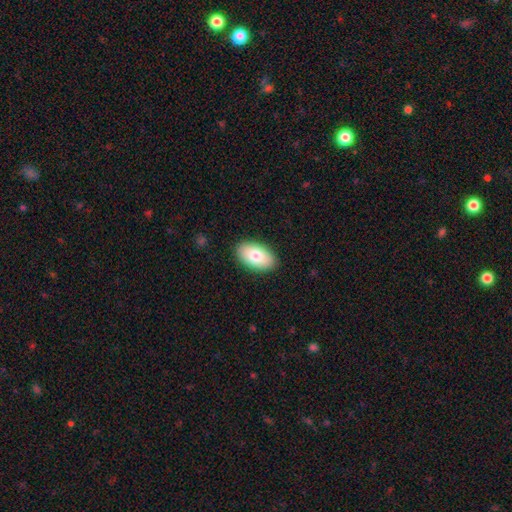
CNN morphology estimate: This appears to be a smooth galaxy with no disk features (78%) that is in between round and cigar-shaped (94%). Merging: none (89%).